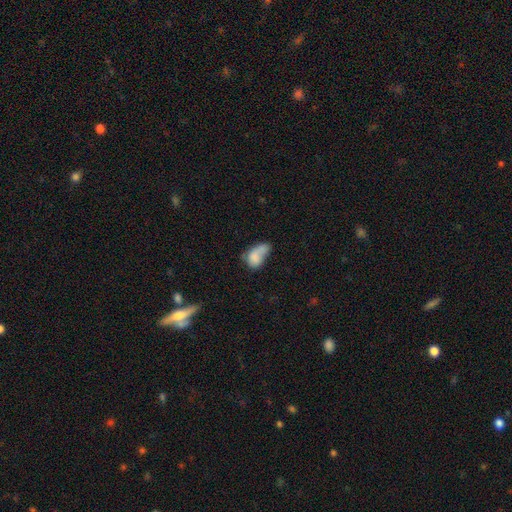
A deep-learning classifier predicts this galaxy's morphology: Smooth or featured: smooth — 73% (featured or disk — 18%)
How rounded: in between — 83% (round — 15%)
Merging: merger — 39% (minor disturbance — 21%)